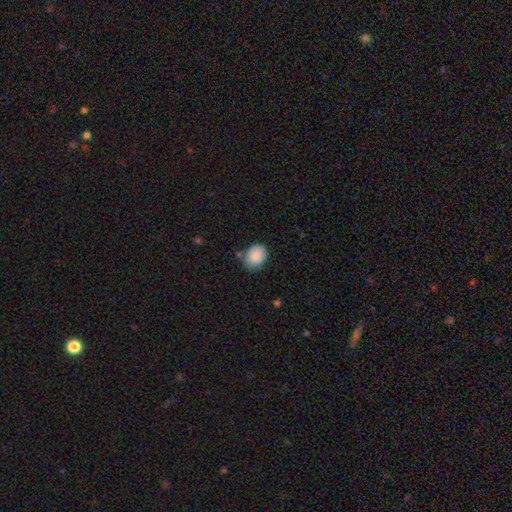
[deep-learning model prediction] A smooth galaxy with no disk features (87%) that is round (51%).

Vote fractions:
- Smooth or featured? smooth: 87% / star or artifact: 7% / featured or disk: 6%
- How rounded? round: 51% / in between: 48% / cigar-shaped: 1%
- Merging? none: 74% / minor disturbance: 19% / merger: 4% / major disturbance: 4%